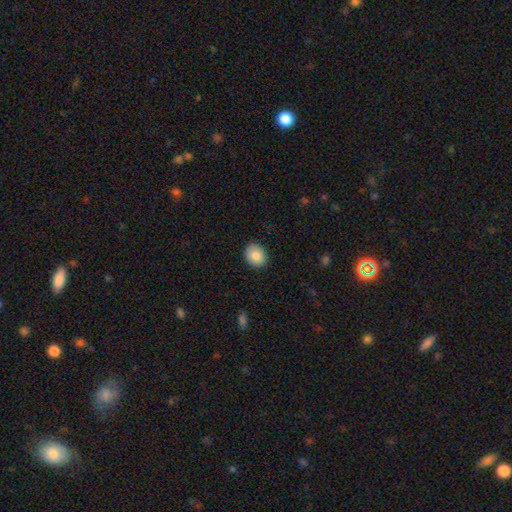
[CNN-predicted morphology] smooth-or-featured: smooth: 84% | featured or disk: 8% | star or artifact: 8%
  how-rounded: round: 52% | in between: 47% | cigar-shaped: 1%
  merging: none: 89% | minor disturbance: 8% | major disturbance: 2% | merger: 1%